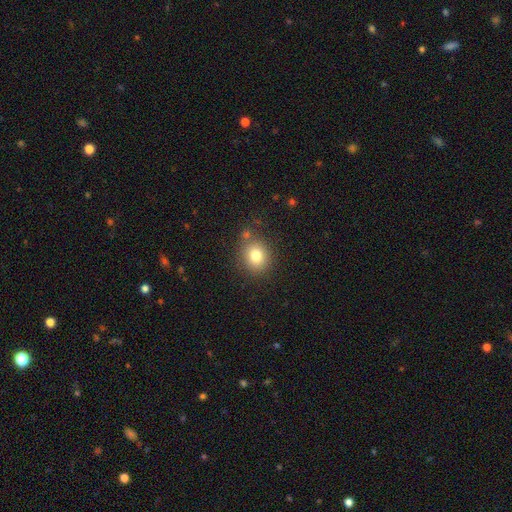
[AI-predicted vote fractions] Morphology: type=smooth (78%); roundness=round (71%); merging=none (77%).